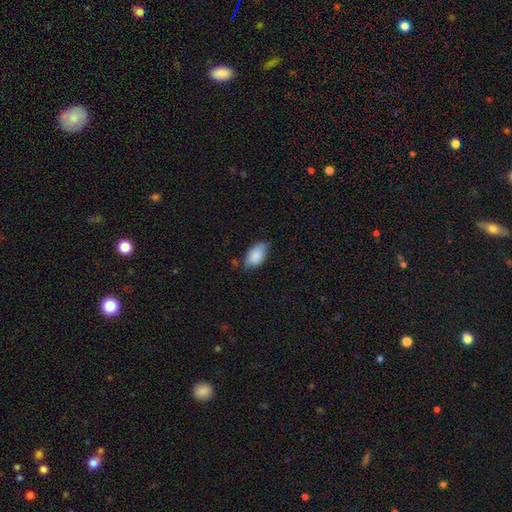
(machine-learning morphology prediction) Smooth or featured? smooth (85%)
How rounded? in between (93%)
Merging? none (62%)